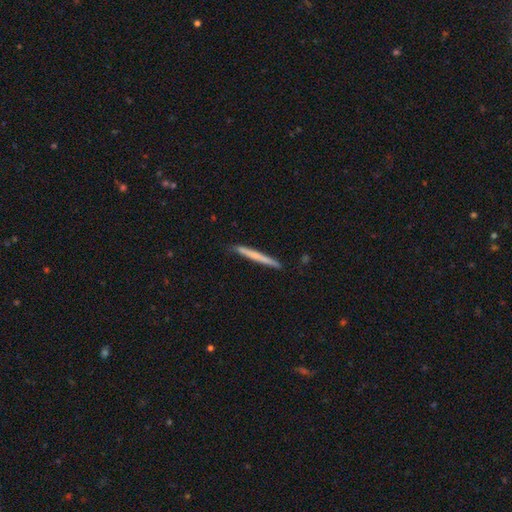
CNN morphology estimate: The model was most divided on "smooth or featured": smooth: 60%, featured or disk: 35%, star or artifact: 5%. More confident: how rounded — cigar-shaped (97%); merging — none (89%).